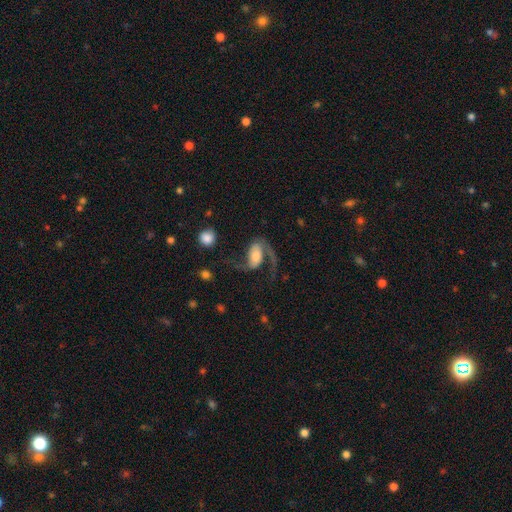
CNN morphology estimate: featured or disk 78%, smooth 16%, star or artifact 7%. Down the decision tree: edge-on disk — no (97%); bar — weak (37%); spiral arms — yes (94%); spiral arm count — 2 (79%); spiral winding — loose (65%); bulge size — moderate (35%); merging — none (47%).